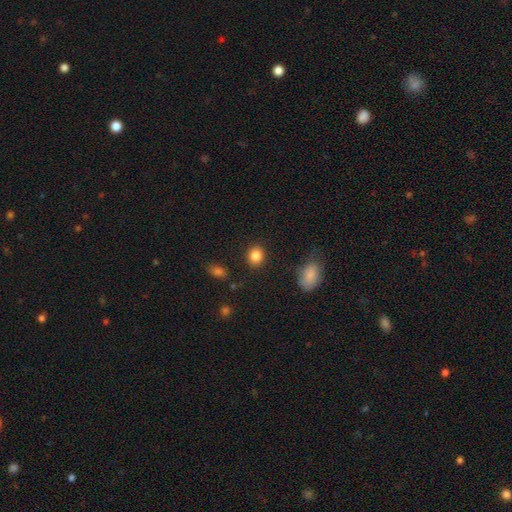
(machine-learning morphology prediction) A smooth galaxy with no disk features (86%) that is round (59%).

Vote fractions:
- Smooth or featured? smooth: 86% / star or artifact: 9% / featured or disk: 5%
- How rounded? round: 59% / in between: 40% / cigar-shaped: 1%
- Merging? none: 87% / minor disturbance: 8% / major disturbance: 3% / merger: 2%